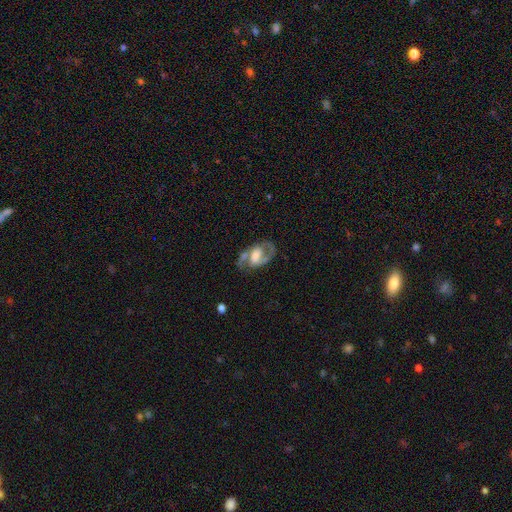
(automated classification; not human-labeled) Q: Smooth or featured?
A: featured or disk (78%); runner-up: smooth (16%)
Q: Edge-on disk?
A: no (96%); runner-up: yes (4%)
Q: Bar?
A: weak (41%); runner-up: no (38%)
Q: Spiral arms?
A: yes (83%); runner-up: no (17%)
Q: Spiral winding?
A: medium (52%); runner-up: tight (27%)
Q: Spiral arm count?
A: 2 (79%); runner-up: 1 (9%)
Q: Bulge size?
A: moderate (41%); runner-up: large (26%)
Q: Merging?
A: none (57%); runner-up: minor disturbance (20%)